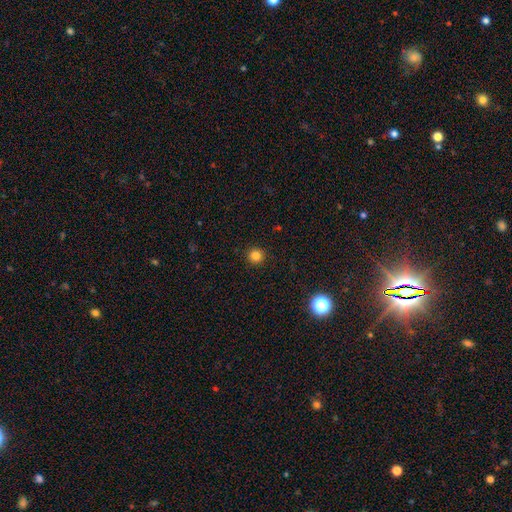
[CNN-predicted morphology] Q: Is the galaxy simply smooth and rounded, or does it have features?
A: smooth — 83%.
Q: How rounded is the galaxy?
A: round — 95%.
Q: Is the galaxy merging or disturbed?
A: none — 93%.